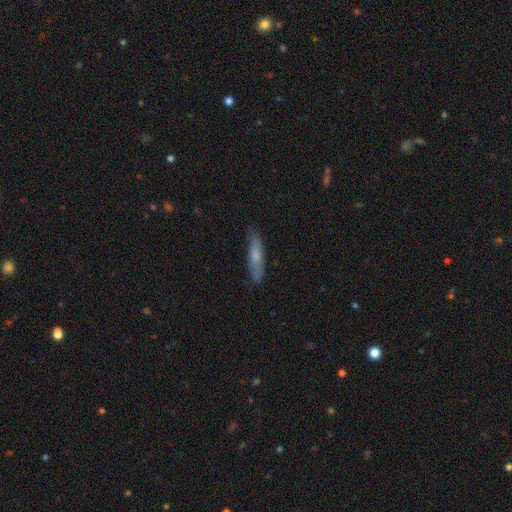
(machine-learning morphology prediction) Smooth or featured? smooth (61%)
How rounded? cigar-shaped (80%)
Merging? none (80%)